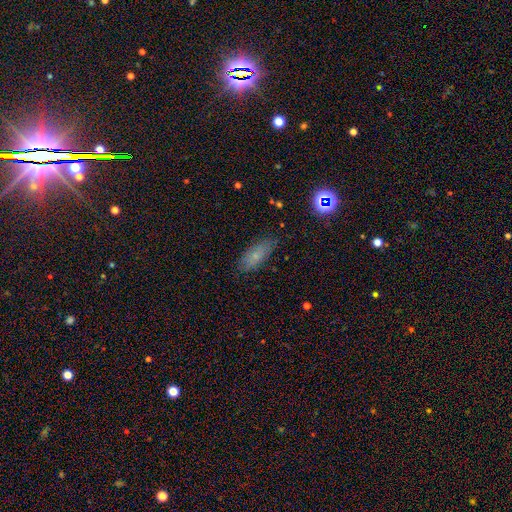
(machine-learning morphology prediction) This is likely a smooth galaxy (66%). How rounded: likely in between (73%). Merging: likely none (79%).